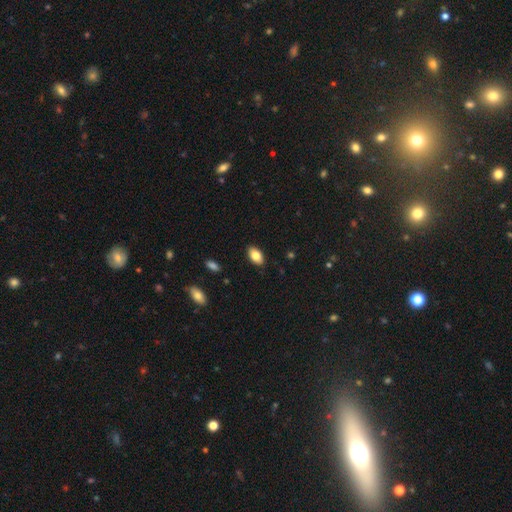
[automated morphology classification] smooth_or_featured: smooth (p=0.83) [alt: featured or disk p=0.10]
how_rounded: in between (p=0.92) [alt: round p=0.06]
merging: none (p=0.88) [alt: minor disturbance p=0.09]